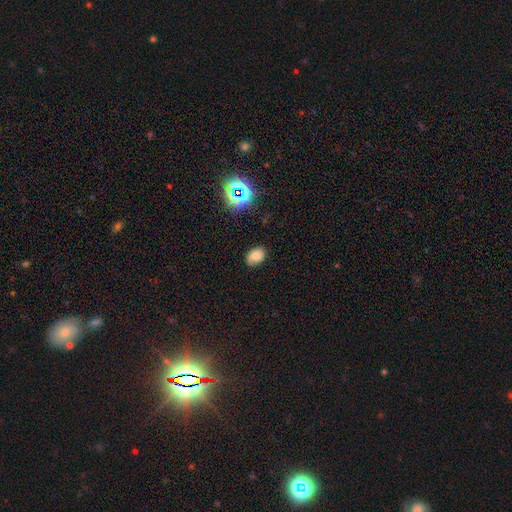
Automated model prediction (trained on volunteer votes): The model was most divided on "how rounded": in between: 78%, round: 21%, cigar-shaped: 1%. More confident: merging — none (79%); smooth or featured — smooth (76%).